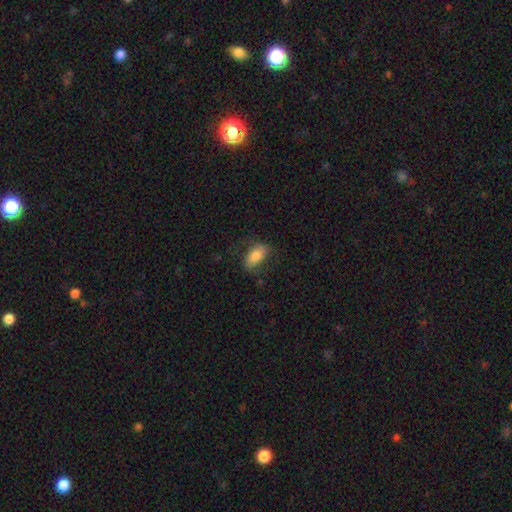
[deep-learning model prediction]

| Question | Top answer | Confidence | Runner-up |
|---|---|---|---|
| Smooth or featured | smooth | 76% | featured or disk (17%) |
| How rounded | in between | 88% | cigar-shaped (7%) |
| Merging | none | 70% | minor disturbance (20%) |